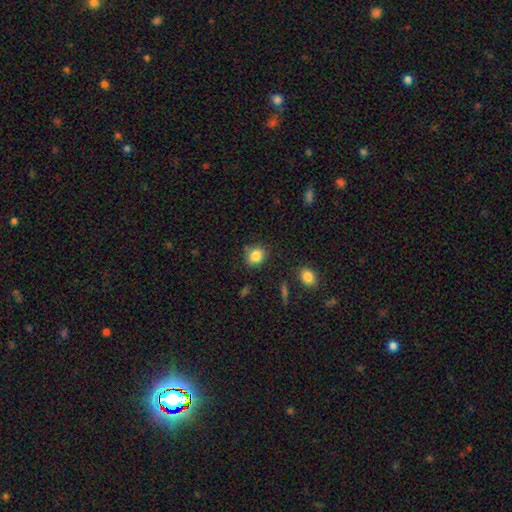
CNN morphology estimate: Overall: smooth (85%). How rounded: round (59%; in between 40%). Merging: none (83%).